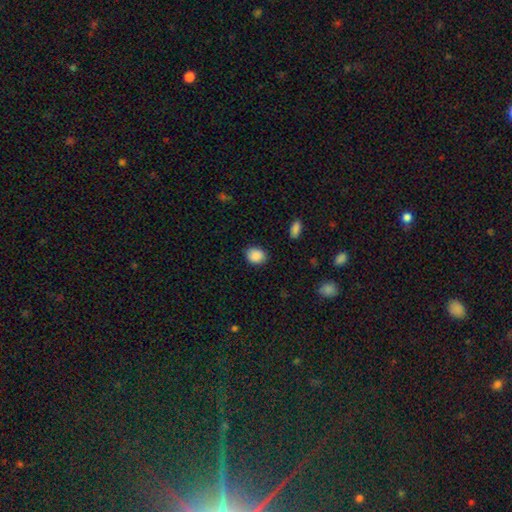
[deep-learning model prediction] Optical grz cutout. It shows a smooth galaxy with no disk features (89%) that is round (52%). Merging: none (85%).